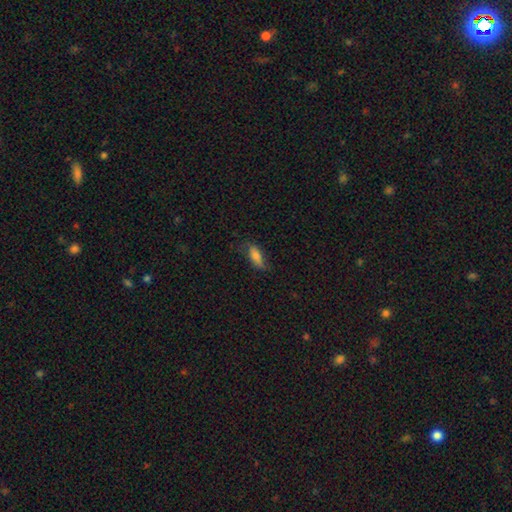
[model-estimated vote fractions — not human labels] A smooth galaxy with no disk features (75%) that is in between round and cigar-shaped (69%). Merging: none (65%).